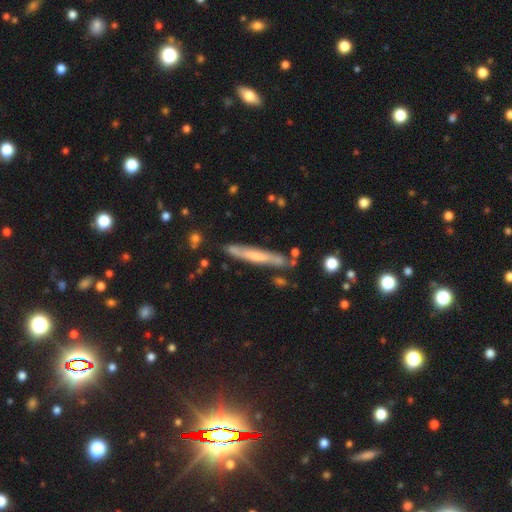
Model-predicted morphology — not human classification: A featured or disk galaxy (52%) viewed edge-on (85%).

Vote fractions:
- Smooth or featured? featured or disk: 52% / smooth: 40% / star or artifact: 7%
- Edge-on disk? yes: 85% / no: 15%
- Merging? none: 78% / minor disturbance: 15% / merger: 5% / major disturbance: 3%